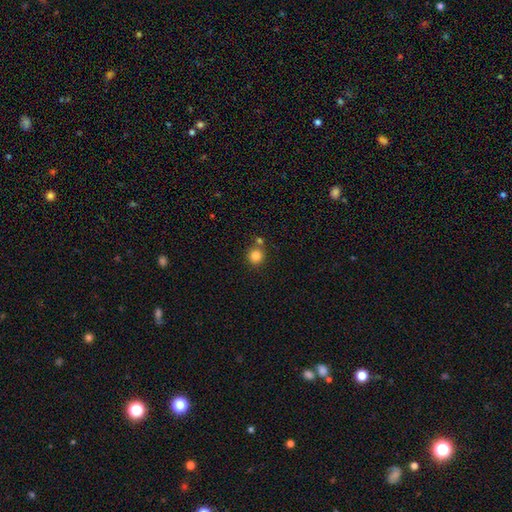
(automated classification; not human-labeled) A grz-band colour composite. It shows a smooth galaxy with no disk features (84%) that is round (93%). Merging: none (74%).